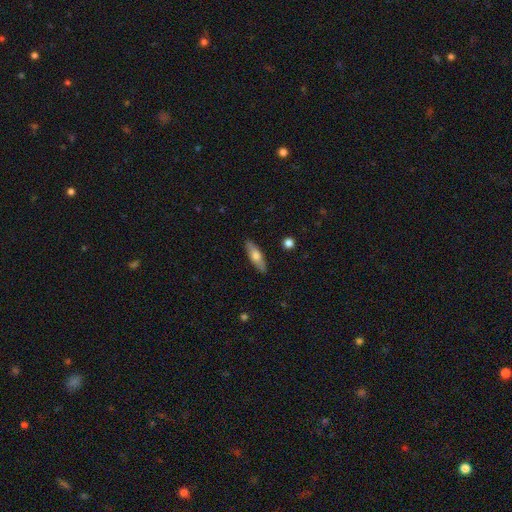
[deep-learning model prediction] Q: Smooth or featured?
A: smooth (58%); runner-up: featured or disk (37%)
Q: How rounded?
A: cigar-shaped (54%); runner-up: in between (43%)
Q: Merging?
A: none (88%); runner-up: minor disturbance (9%)